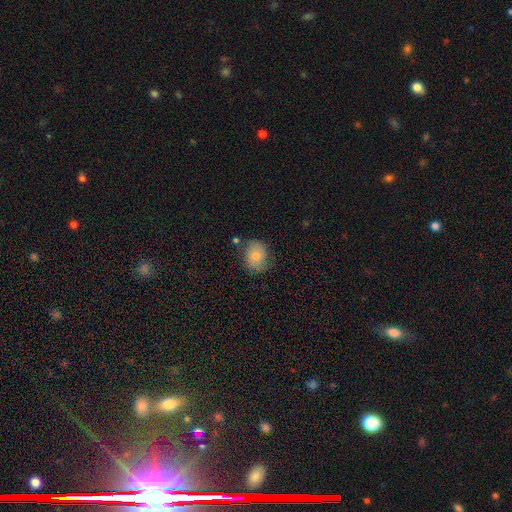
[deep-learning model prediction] Smooth or featured?
  - smooth: 70% *
  - featured or disk: 21%
  - star or artifact: 9%
How rounded?
  - round: 56% *
  - in between: 43%
  - cigar-shaped: 1%
Merging?
  - none: 61% *
  - minor disturbance: 26%
  - major disturbance: 9%
  - merger: 5%